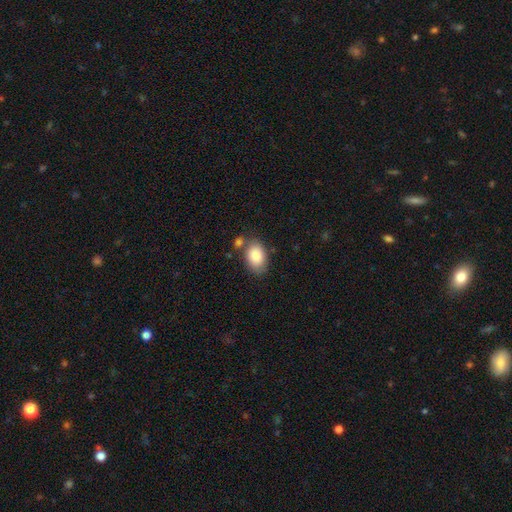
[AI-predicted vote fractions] Morphology: type=smooth (85%); roundness=in between (88%); merging=none (64%).